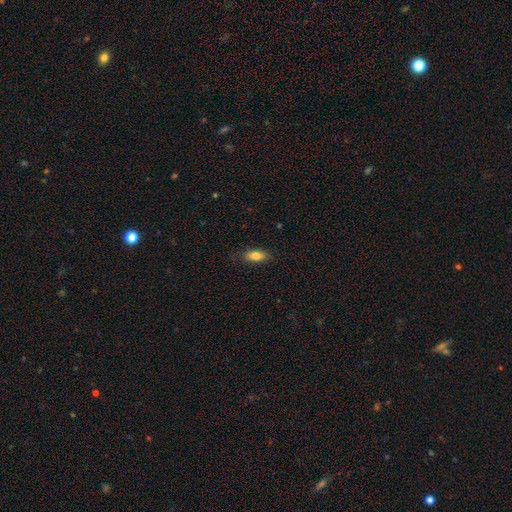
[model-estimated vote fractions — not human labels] Q: Smooth or featured?
A: smooth (81%); runner-up: featured or disk (12%)
Q: How rounded?
A: in between (81%); runner-up: cigar-shaped (15%)
Q: Merging?
A: none (84%); runner-up: minor disturbance (12%)